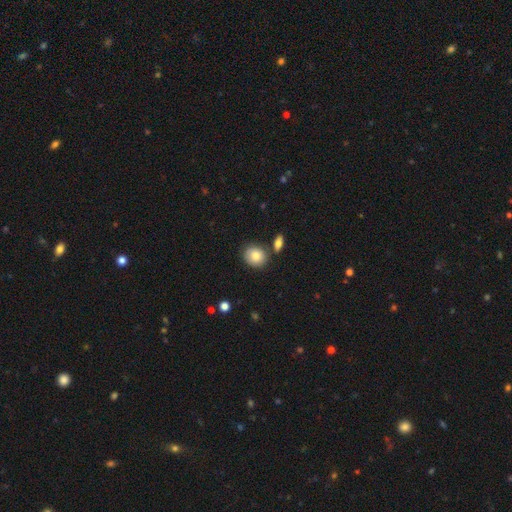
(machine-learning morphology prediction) smooth 80%, featured or disk 12%, star or artifact 7%. Down the decision tree: how rounded — round (71%); merging — none (75%).